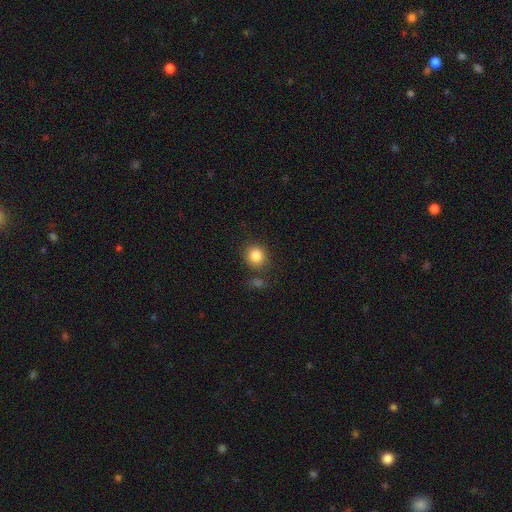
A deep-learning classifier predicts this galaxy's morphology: A smooth galaxy with no disk features (84%) that is round (86%).

Vote fractions:
- Smooth or featured? smooth: 84% / star or artifact: 10% / featured or disk: 6%
- How rounded? round: 86% / in between: 13% / cigar-shaped: 1%
- Merging? none: 79% / minor disturbance: 11% / merger: 7% / major disturbance: 4%